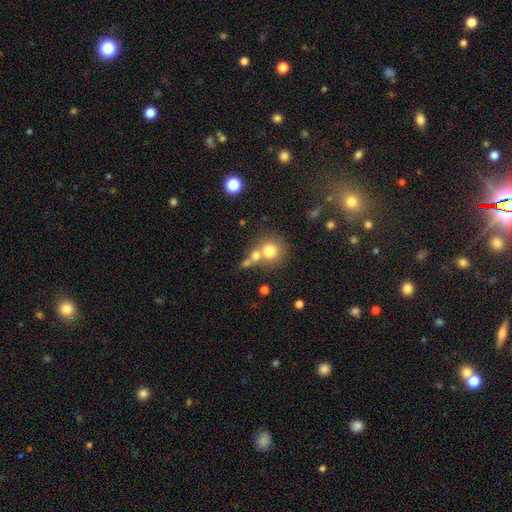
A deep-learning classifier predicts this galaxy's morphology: type=smooth (73%); roundness=round (83%); merging=merger (43%, tied with none).